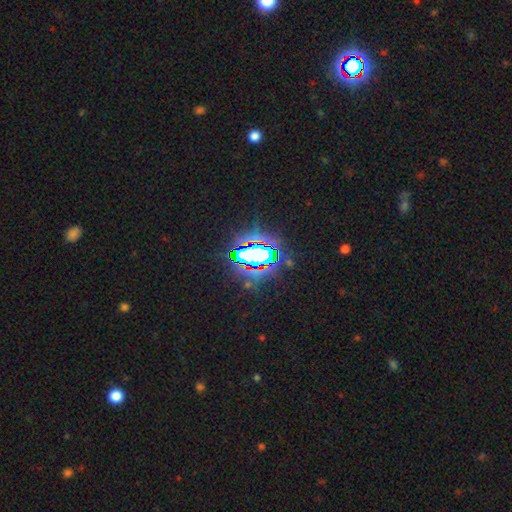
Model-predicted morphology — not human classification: The model was most divided on "smooth or featured": star or artifact: 69%, smooth: 17%, featured or disk: 14%.